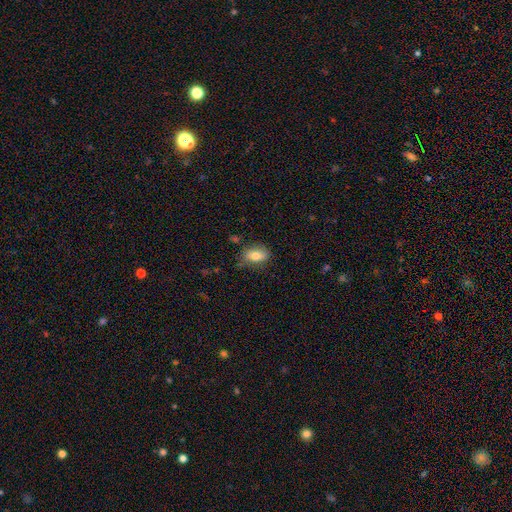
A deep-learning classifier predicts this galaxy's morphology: Smooth or featured? smooth (75%)
How rounded? in between (84%)
Merging? none (73%)